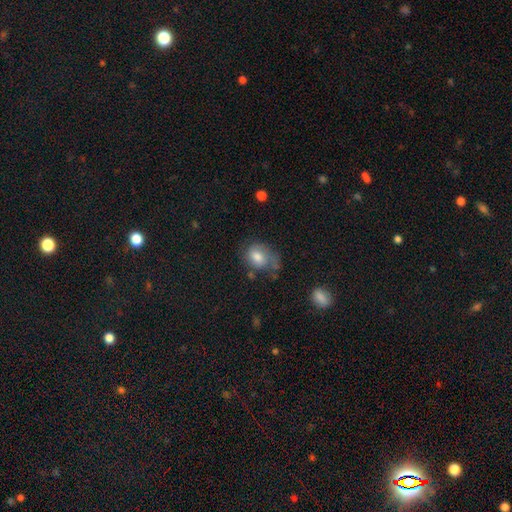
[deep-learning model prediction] This is likely a smooth galaxy (63%). How rounded: likely in between (63%). Merging: marginally none (42%).